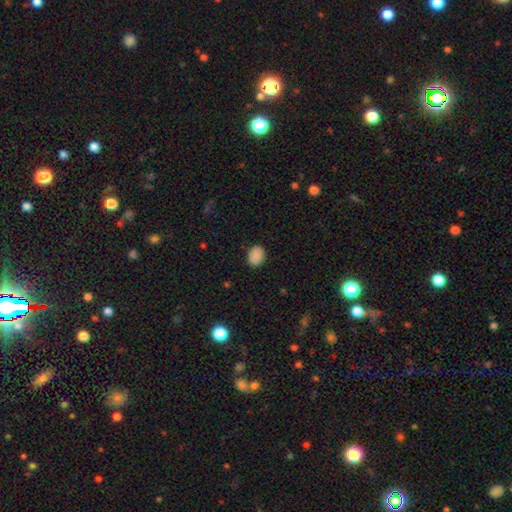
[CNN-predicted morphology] Overall: smooth (88%). How rounded: in between (65%; round 34%). Merging: none (86%).